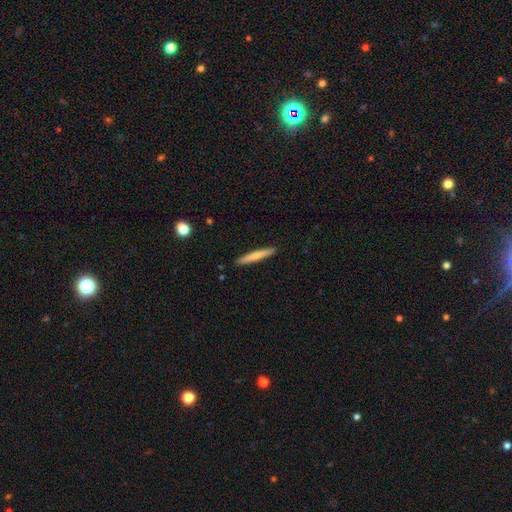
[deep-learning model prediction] A smooth galaxy with no disk features (66%) that is cigar-shaped (95%).

Vote fractions:
- Smooth or featured? smooth: 66% / featured or disk: 29% / star or artifact: 5%
- How rounded? cigar-shaped: 95% / in between: 4% / round: 1%
- Merging? none: 91% / minor disturbance: 7% / major disturbance: 1% / merger: 1%